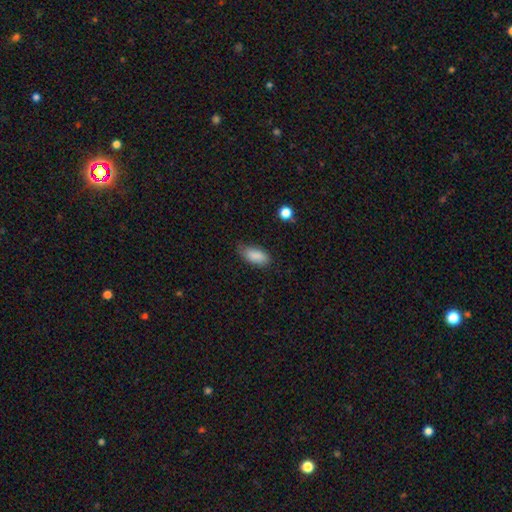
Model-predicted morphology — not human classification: This is clearly a smooth galaxy (87%). How rounded: clearly in between (88%). Merging: likely none (62%).